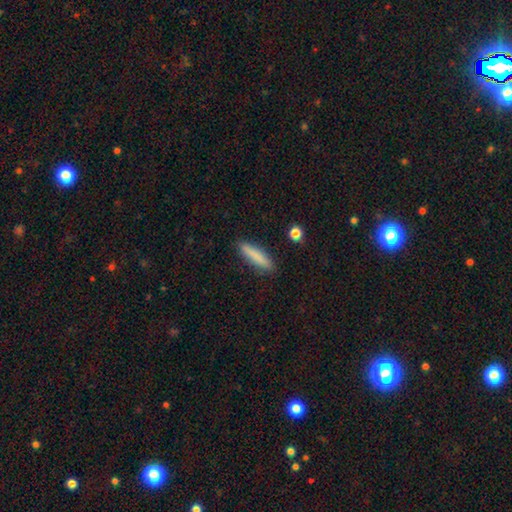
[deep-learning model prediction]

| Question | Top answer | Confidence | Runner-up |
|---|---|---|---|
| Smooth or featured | smooth | 82% | featured or disk (11%) |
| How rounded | cigar-shaped | 83% | in between (15%) |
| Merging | none | 88% | minor disturbance (8%) |